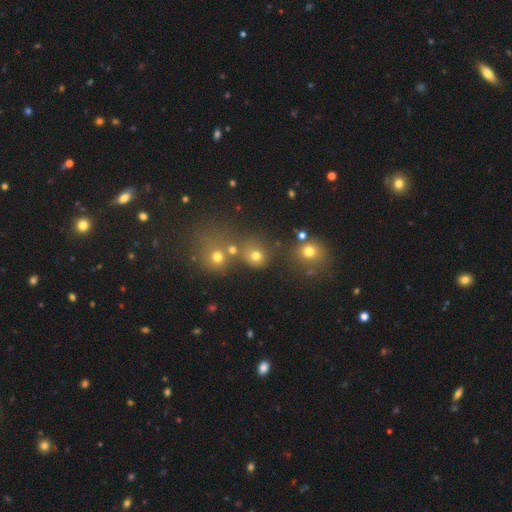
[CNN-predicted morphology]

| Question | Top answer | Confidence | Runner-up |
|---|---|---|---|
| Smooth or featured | smooth | 72% | star or artifact (20%) |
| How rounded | round | 82% | in between (17%) |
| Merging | none | 66% | merger (20%) |